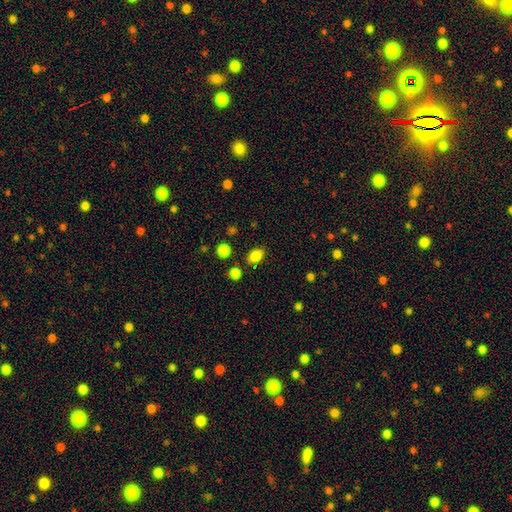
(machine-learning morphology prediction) smooth-or-featured: smooth: 83% | star or artifact: 11% | featured or disk: 6%
  how-rounded: in between: 75% | round: 24% | cigar-shaped: 1%
  merging: none: 79% | minor disturbance: 13% | merger: 5% | major disturbance: 3%